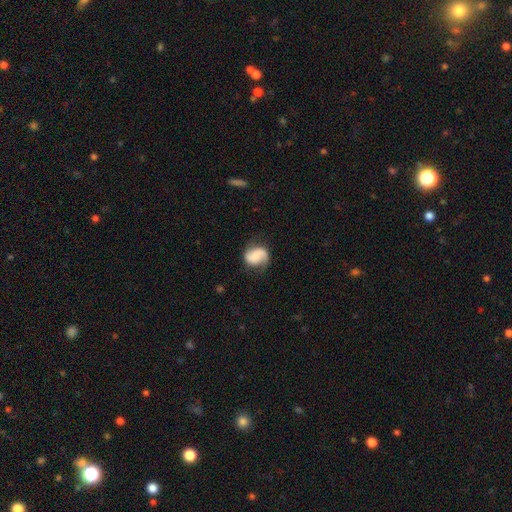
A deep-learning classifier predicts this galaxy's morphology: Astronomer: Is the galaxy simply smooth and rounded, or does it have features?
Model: featured or disk — 52% (runner-up: smooth, 39%).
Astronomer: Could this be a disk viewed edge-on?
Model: no — 98%.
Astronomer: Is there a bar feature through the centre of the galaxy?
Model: no — 54% (runner-up: weak, 32%).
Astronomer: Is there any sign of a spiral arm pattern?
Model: yes — 91%.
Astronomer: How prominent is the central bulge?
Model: none — 43% (runner-up: small, 22%).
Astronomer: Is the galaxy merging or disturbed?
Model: none — 65%.